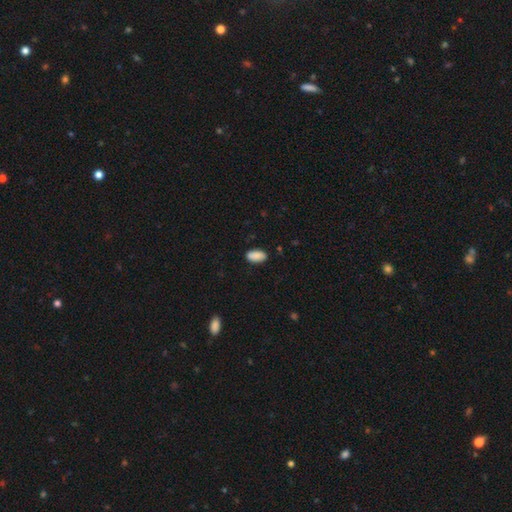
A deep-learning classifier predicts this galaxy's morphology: smooth 90%, star or artifact 7%, featured or disk 3%. Down the decision tree: how rounded — in between (93%); merging — none (85%).